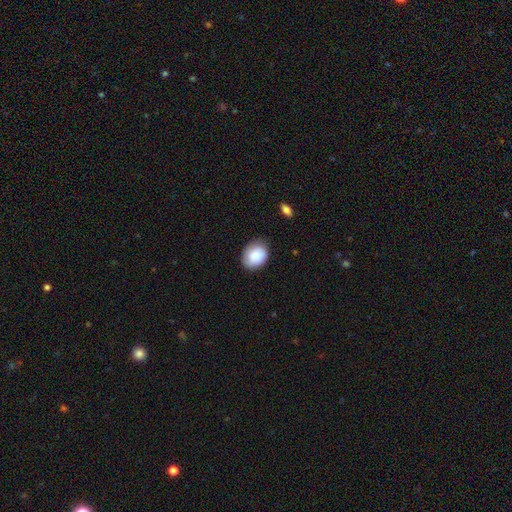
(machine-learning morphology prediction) A smooth galaxy with no disk features (85%) that is in between round and cigar-shaped (59%).

Vote fractions:
- Smooth or featured? smooth: 85% / featured or disk: 8% / star or artifact: 7%
- How rounded? in between: 59% / round: 40% / cigar-shaped: 1%
- Merging? none: 77% / minor disturbance: 19% / major disturbance: 3% / merger: 1%